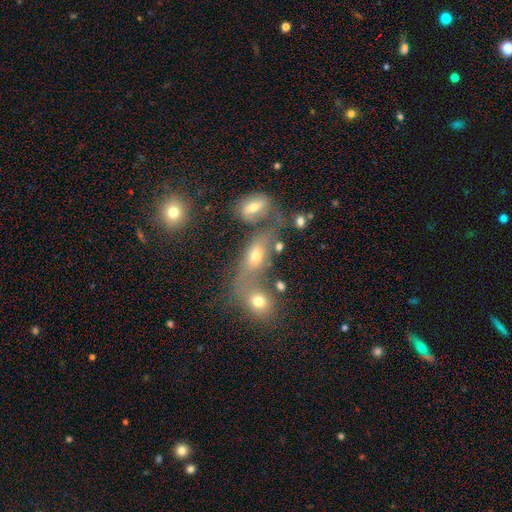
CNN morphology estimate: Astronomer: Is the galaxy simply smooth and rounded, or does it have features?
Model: star or artifact — 58%.